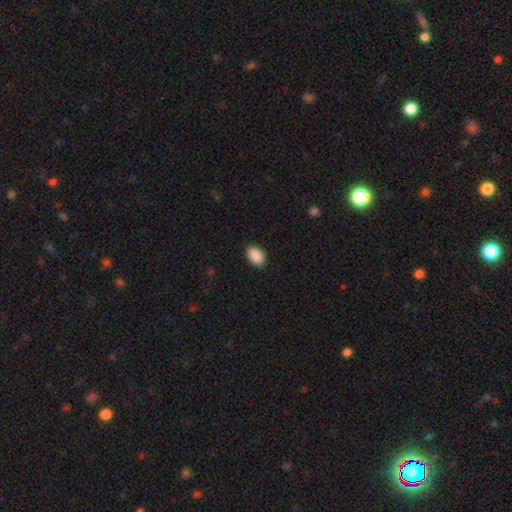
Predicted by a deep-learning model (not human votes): smooth-or-featured: smooth: 91% | star or artifact: 7% | featured or disk: 2%
  how-rounded: in between: 90% | round: 9% | cigar-shaped: 1%
  merging: none: 88% | minor disturbance: 9% | major disturbance: 2% | merger: 1%